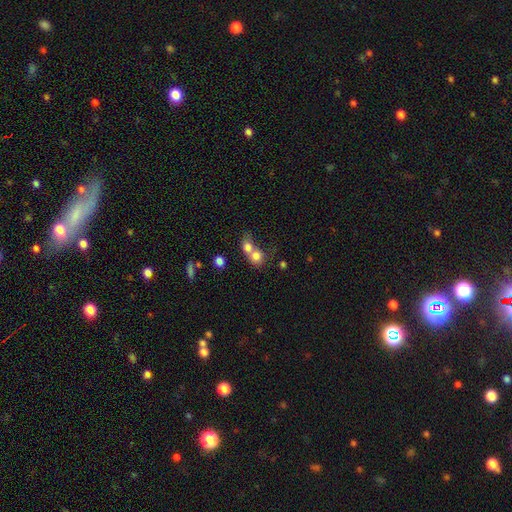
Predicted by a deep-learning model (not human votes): This is likely a smooth galaxy (75%). How rounded: likely round (71%). Merging: likely merger (68%).